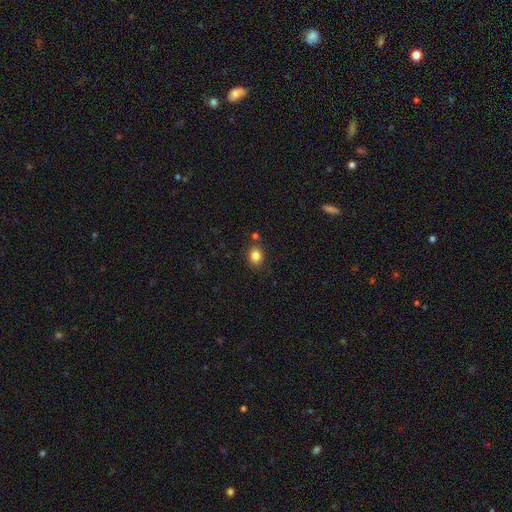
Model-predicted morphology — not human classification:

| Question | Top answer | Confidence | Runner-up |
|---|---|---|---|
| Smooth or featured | smooth | 83% | star or artifact (11%) |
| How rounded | round | 59% | in between (41%) |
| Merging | none | 79% | minor disturbance (11%) |